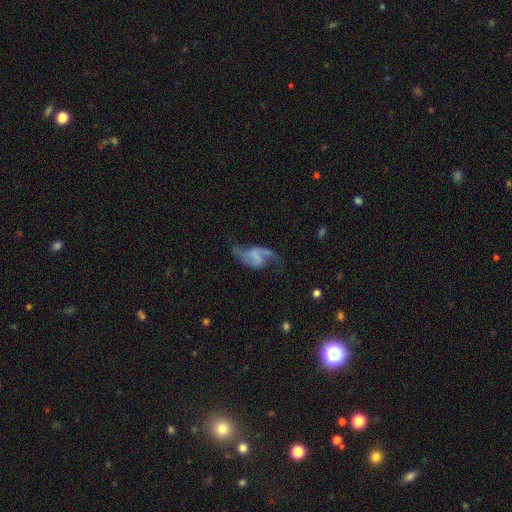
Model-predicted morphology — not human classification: featured or disk 76%, smooth 15%, star or artifact 9%. Down the decision tree: edge-on disk — no (97%); bar — no (44%); spiral arms — yes (87%); spiral arm count — 2 (87%); spiral winding — loose (80%); bulge size — none (71%); merging — none (48%).